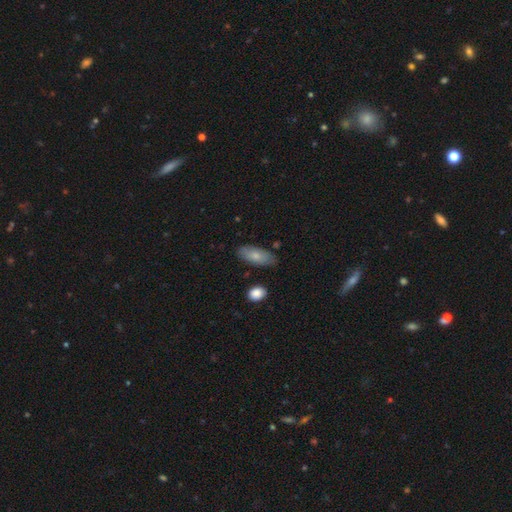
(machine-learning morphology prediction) This is likely a smooth galaxy (77%). How rounded: clearly in between (86%). Merging: likely none (78%).